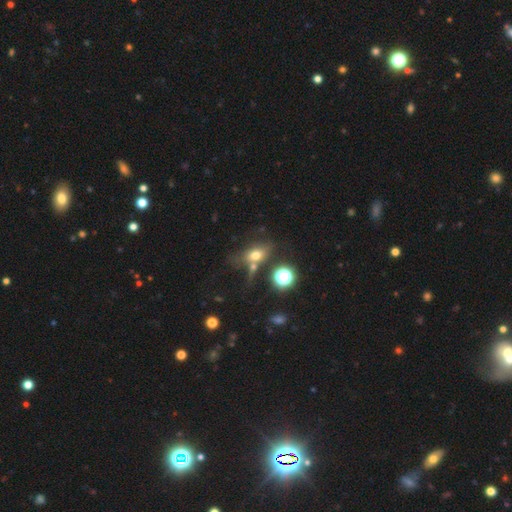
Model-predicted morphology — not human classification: Smooth or featured? smooth (65%)
How rounded? in between (72%)
Merging? none (46%)